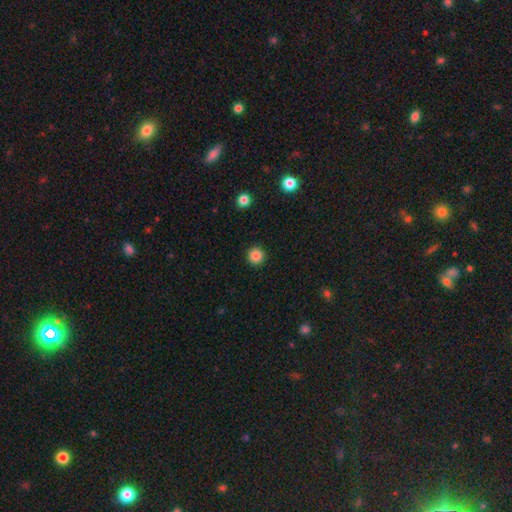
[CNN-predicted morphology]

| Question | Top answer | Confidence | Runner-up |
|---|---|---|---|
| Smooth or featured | smooth | 85% | star or artifact (11%) |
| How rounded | round | 96% | in between (3%) |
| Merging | none | 93% | minor disturbance (4%) |